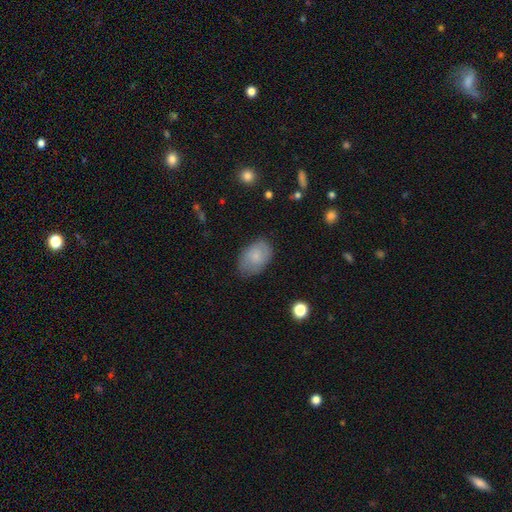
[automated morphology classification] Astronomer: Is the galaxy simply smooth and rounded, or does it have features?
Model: smooth — 73%.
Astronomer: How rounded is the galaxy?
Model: in between — 86%.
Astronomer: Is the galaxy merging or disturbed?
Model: none — 74%.